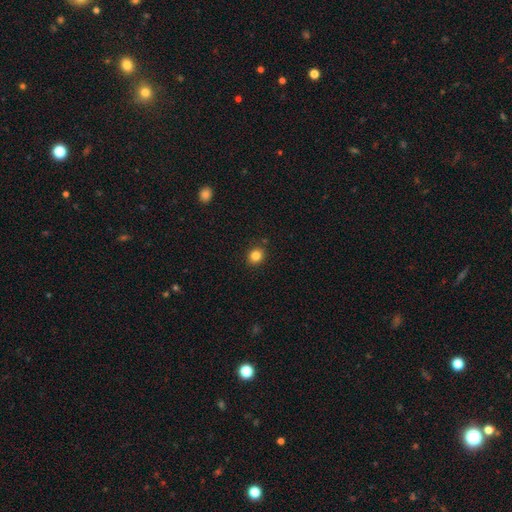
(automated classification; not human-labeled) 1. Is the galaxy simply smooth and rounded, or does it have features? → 84% smooth, 11% star or artifact, 5% featured or disk.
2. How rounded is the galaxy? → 72% round, 27% in between, 1% cigar-shaped.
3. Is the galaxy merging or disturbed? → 88% none, 8% minor disturbance, 2% major disturbance, 2% merger.